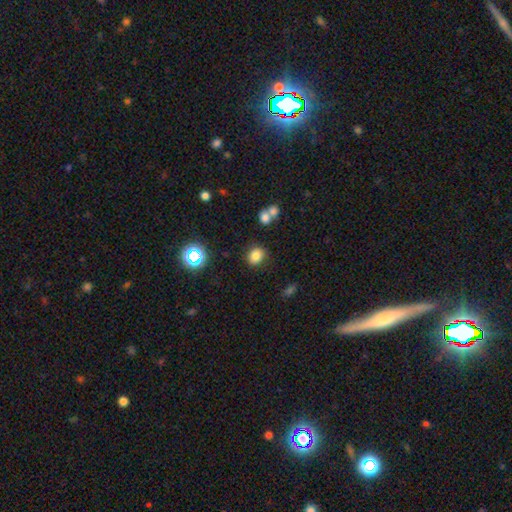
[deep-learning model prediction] Q: Smooth or featured?
A: smooth (79%); runner-up: star or artifact (15%)
Q: How rounded?
A: round (61%); runner-up: in between (38%)
Q: Merging?
A: none (78%); runner-up: minor disturbance (11%)